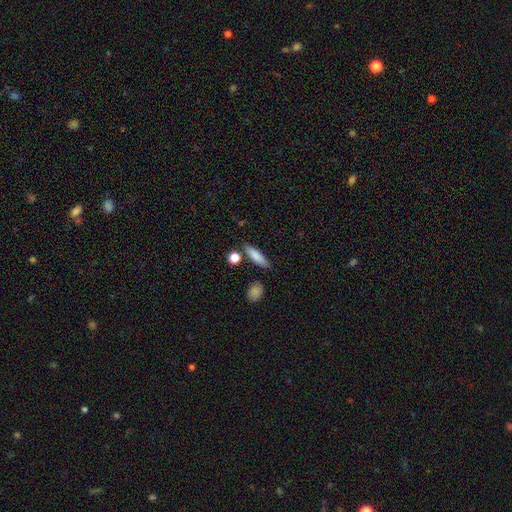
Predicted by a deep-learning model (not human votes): A smooth galaxy with no disk features (83%) that is cigar-shaped (58%). Merging: none (79%).